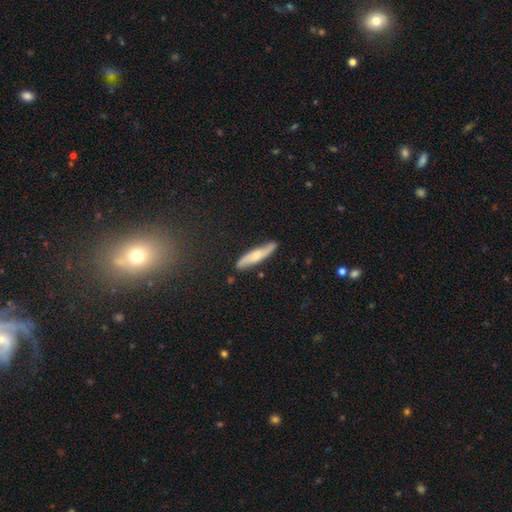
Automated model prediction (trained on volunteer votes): Smooth or featured? Predicted: smooth (p=0.51). How rounded? Predicted: cigar-shaped (p=0.84). Merging? Predicted: none (p=0.78).